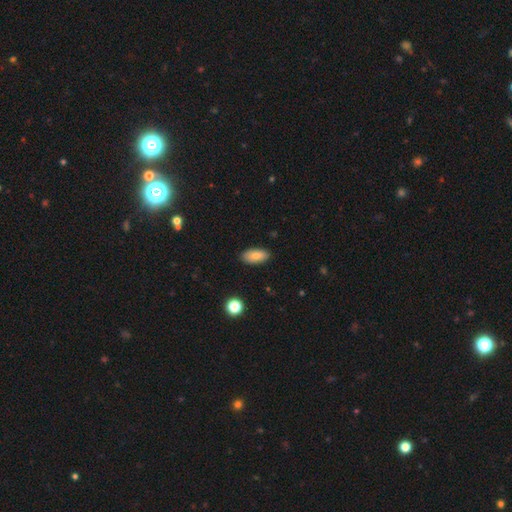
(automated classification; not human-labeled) A smooth galaxy with no disk features (82%) that is in between round and cigar-shaped (91%).

Vote fractions:
- Smooth or featured? smooth: 82% / featured or disk: 11% / star or artifact: 8%
- How rounded? in between: 91% / cigar-shaped: 6% / round: 3%
- Merging? none: 88% / minor disturbance: 9% / major disturbance: 2% / merger: 1%